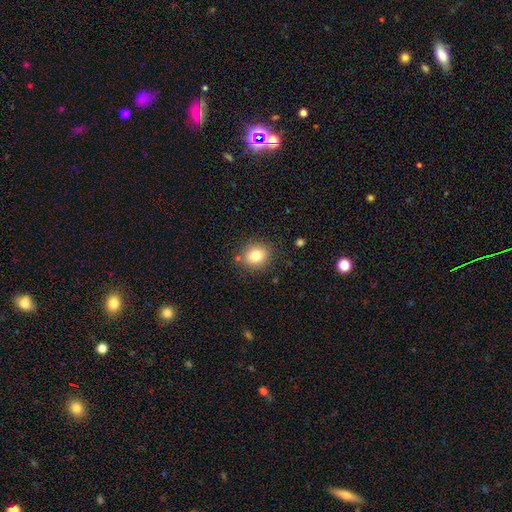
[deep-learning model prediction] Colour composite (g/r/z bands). It shows a smooth galaxy with no disk features (80%) that is round (73%). Merging: none (85%).